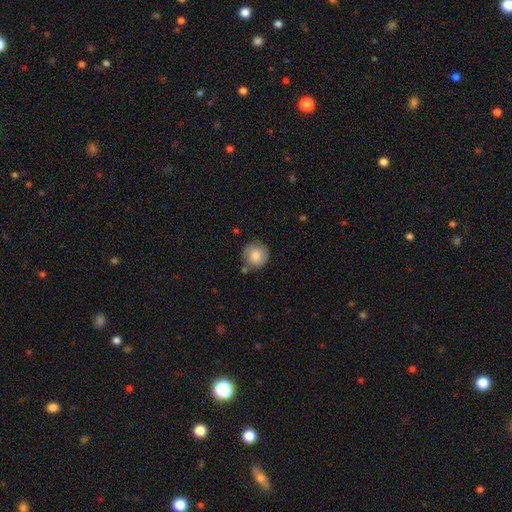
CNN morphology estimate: Overall: smooth (76%). How rounded: round (92%). Merging: none (73%).